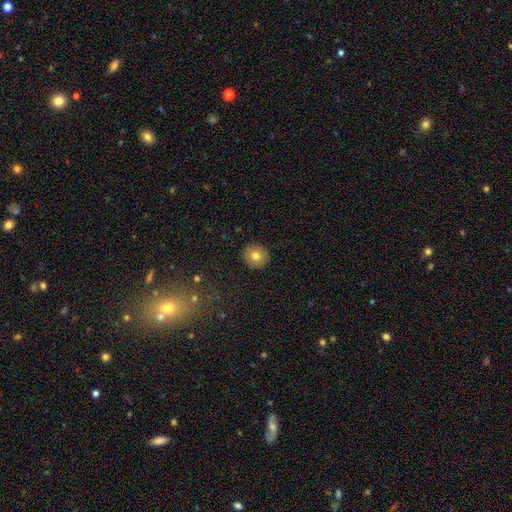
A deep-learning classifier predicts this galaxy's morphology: Smooth or featured: smooth — 78% (featured or disk — 12%)
How rounded: round — 90% (in between — 9%)
Merging: none — 91% (minor disturbance — 6%)